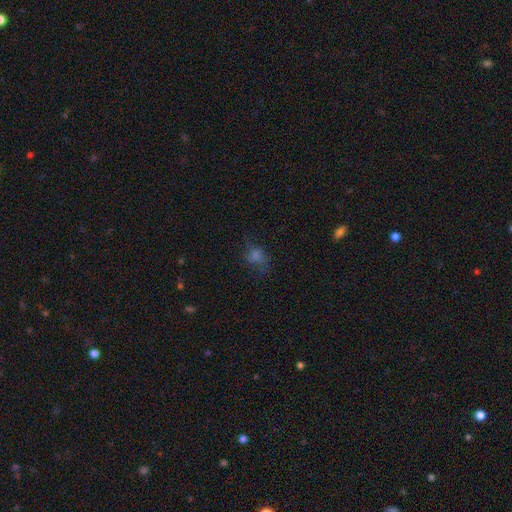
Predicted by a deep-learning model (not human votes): A smooth galaxy with no disk features (53%) that is round (53%). Merging: none (56%).